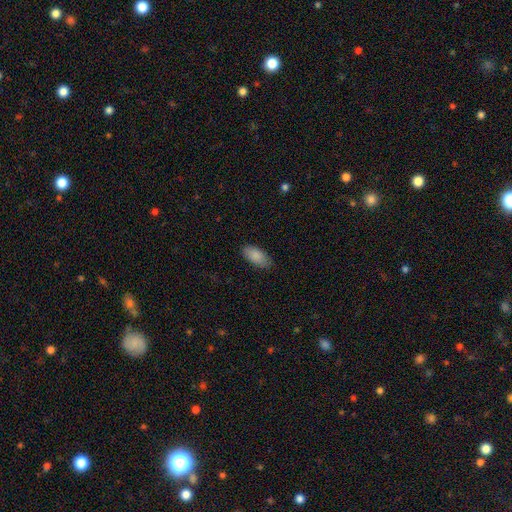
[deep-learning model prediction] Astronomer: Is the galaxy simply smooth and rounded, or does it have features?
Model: smooth — 88%.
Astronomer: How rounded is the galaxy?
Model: in between — 91%.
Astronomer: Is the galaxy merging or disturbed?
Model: none — 83%.